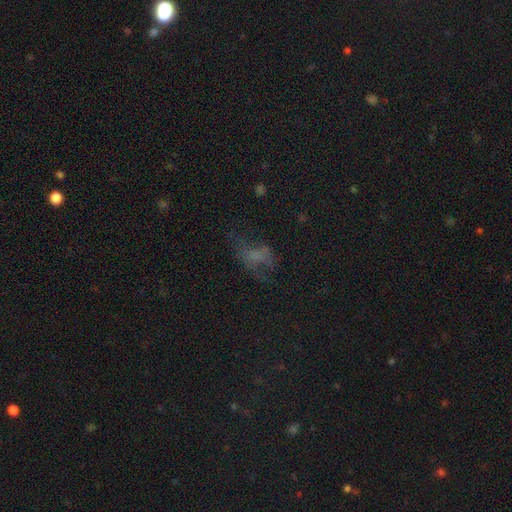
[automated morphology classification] Smooth or featured: smooth — 40% (featured or disk — 33%)
Merging: major disturbance — 41% (none — 35%)